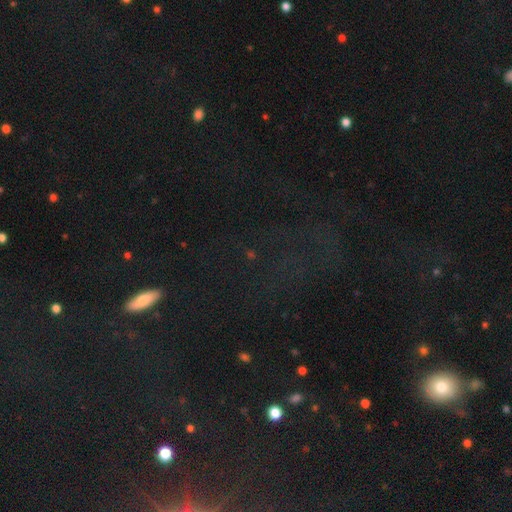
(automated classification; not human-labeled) This is possibly a star or artifact rather than a galaxy (57%).